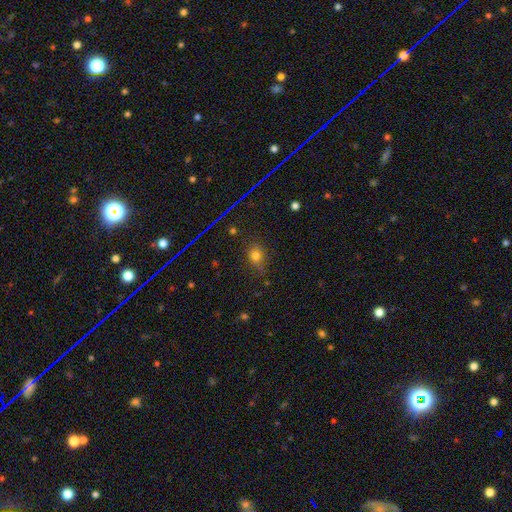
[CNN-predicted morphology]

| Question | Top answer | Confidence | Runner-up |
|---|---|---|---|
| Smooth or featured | smooth | 72% | star or artifact (19%) |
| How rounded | in between | 50% | round (48%) |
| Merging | none | 74% | minor disturbance (19%) |